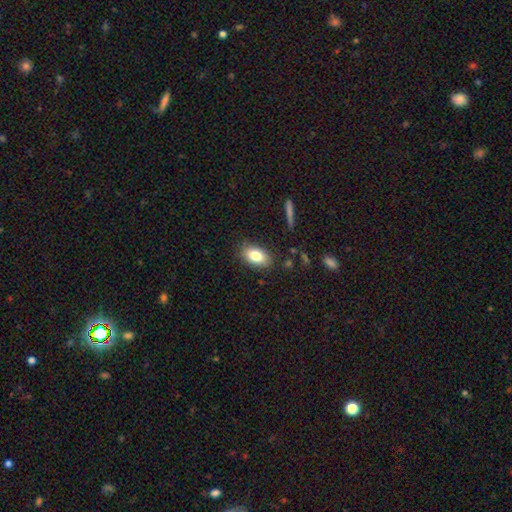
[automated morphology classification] smooth_or_featured: smooth (p=0.80) [alt: featured or disk p=0.12]
how_rounded: in between (p=0.90) [alt: round p=0.08]
merging: none (p=0.84) [alt: minor disturbance p=0.12]